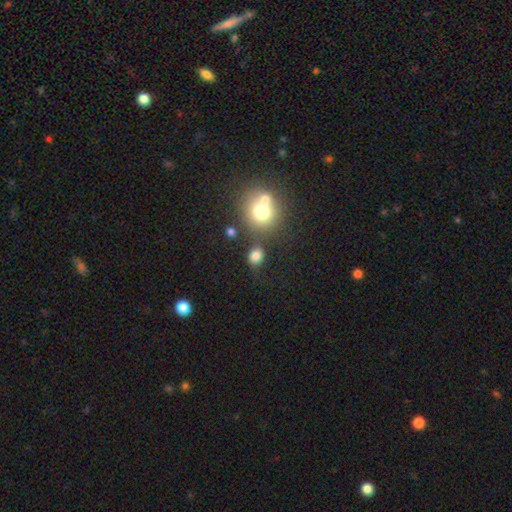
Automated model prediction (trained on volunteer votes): The model was most divided on "how rounded": round: 61%, in between: 38%, cigar-shaped: 1%. More confident: smooth or featured — smooth (80%); merging — none (65%).